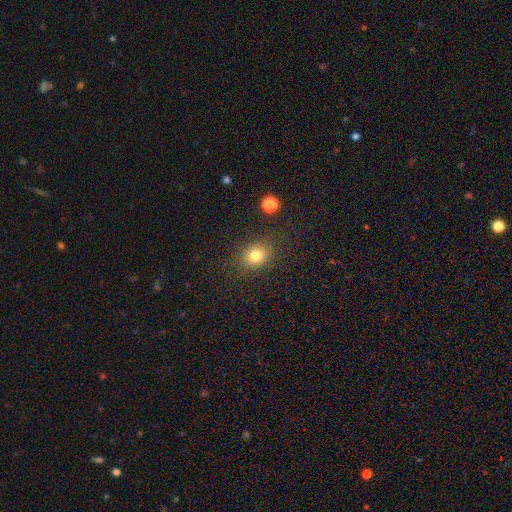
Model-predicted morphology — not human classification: smooth-or-featured: smooth: 79% | star or artifact: 13% | featured or disk: 8%
  how-rounded: round: 56% | in between: 43% | cigar-shaped: 1%
  merging: none: 82% | minor disturbance: 12% | major disturbance: 5% | merger: 2%